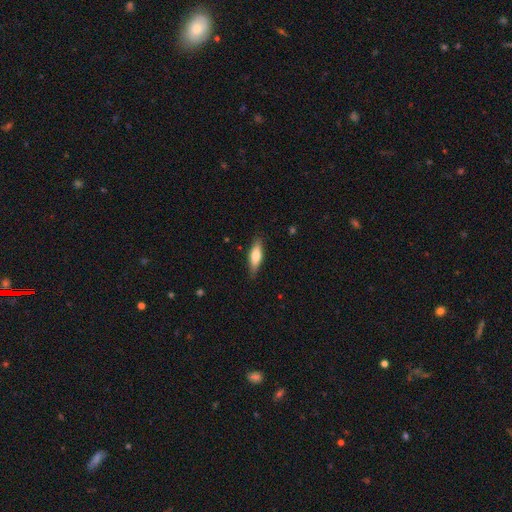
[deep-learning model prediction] A smooth galaxy with no disk features (67%) that is cigar-shaped (50%).

Vote fractions:
- Smooth or featured? smooth: 67% / featured or disk: 27% / star or artifact: 6%
- How rounded? cigar-shaped: 50% / in between: 48% / round: 2%
- Merging? none: 84% / minor disturbance: 13% / major disturbance: 2% / merger: 1%